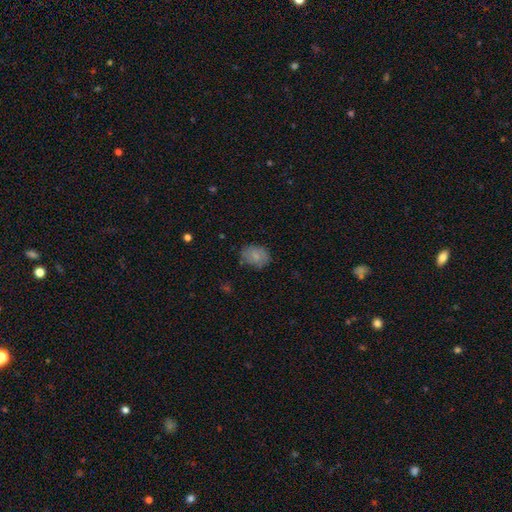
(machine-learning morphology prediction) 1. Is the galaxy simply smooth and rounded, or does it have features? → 74% smooth, 18% featured or disk, 8% star or artifact.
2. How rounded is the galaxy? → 72% in between, 27% round, 1% cigar-shaped.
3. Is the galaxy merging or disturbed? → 74% none, 20% minor disturbance, 5% major disturbance, 2% merger.